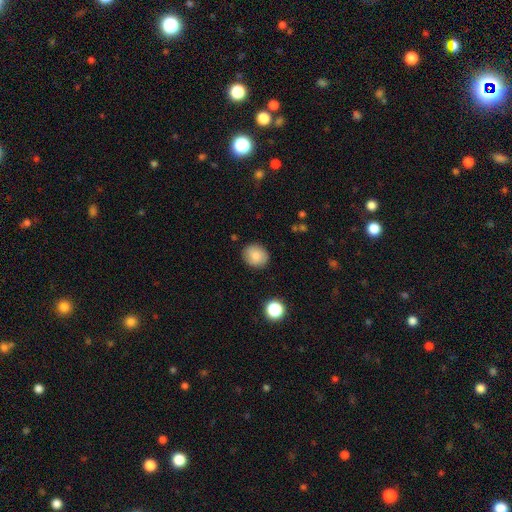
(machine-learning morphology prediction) type=smooth (85%); roundness=round (67%); merging=none (87%).